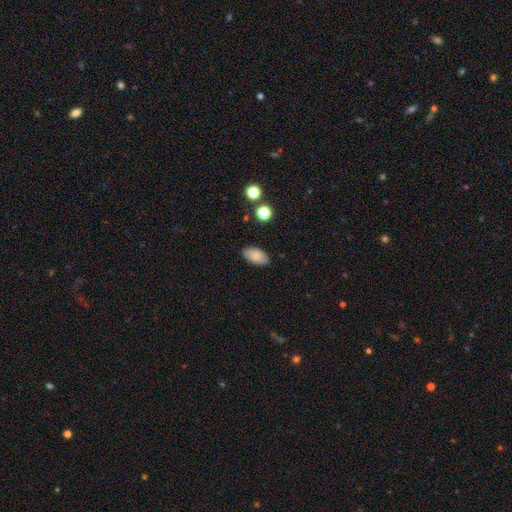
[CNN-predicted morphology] Smooth or featured: smooth — 83% (featured or disk — 9%)
How rounded: in between — 93% (round — 4%)
Merging: none — 87% (minor disturbance — 10%)